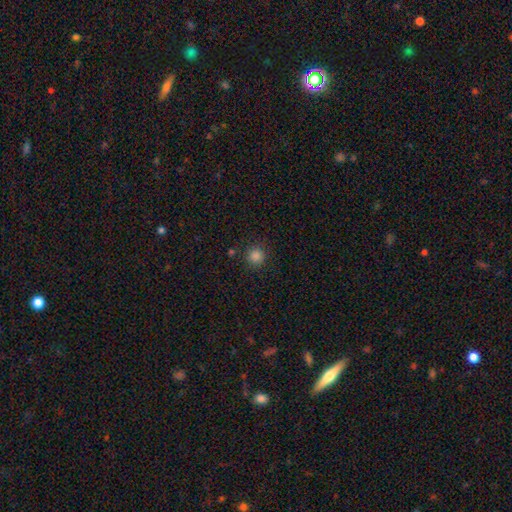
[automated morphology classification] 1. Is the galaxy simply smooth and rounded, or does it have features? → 84% smooth, 13% star or artifact, 3% featured or disk.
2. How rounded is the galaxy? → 94% round, 5% in between, 1% cigar-shaped.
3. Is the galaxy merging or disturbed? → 88% none, 7% minor disturbance, 2% major disturbance, 2% merger.